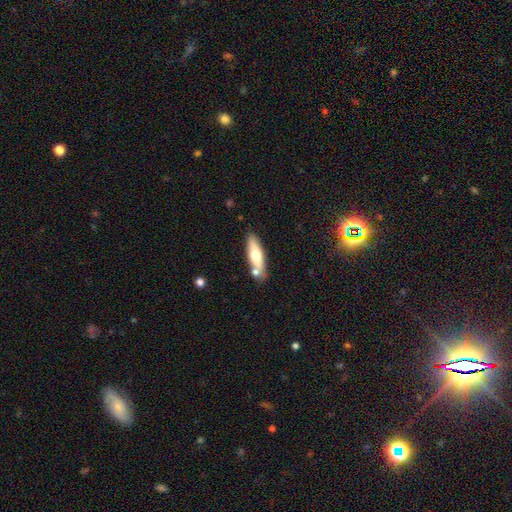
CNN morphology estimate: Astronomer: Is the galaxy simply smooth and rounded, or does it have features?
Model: smooth — 57% (runner-up: featured or disk, 37%).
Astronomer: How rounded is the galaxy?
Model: cigar-shaped — 54% (runner-up: in between, 44%).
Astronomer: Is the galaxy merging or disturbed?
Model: none — 69%.